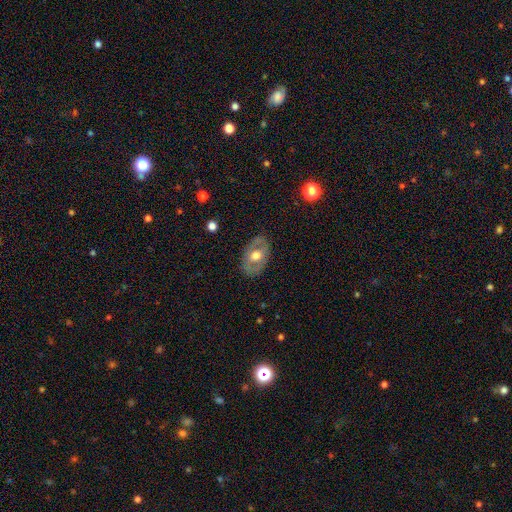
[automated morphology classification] The model was most divided on "smooth or featured": featured or disk: 49%, smooth: 44%, star or artifact: 6%. More confident: merging — none (80%).